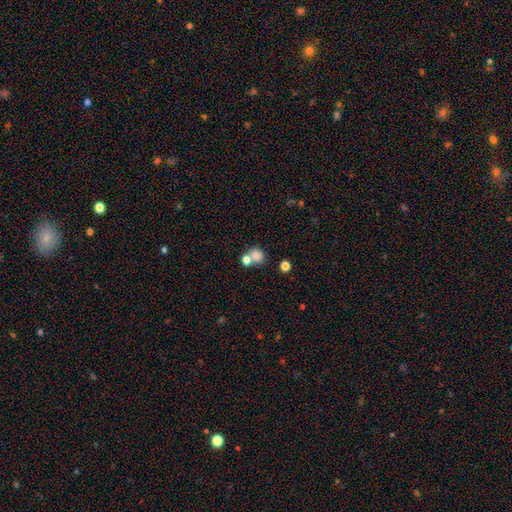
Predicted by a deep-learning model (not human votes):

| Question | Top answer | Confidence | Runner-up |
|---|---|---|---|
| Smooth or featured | smooth | 78% | star or artifact (13%) |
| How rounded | round | 73% | in between (26%) |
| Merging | none | 43% | merger (42%) |